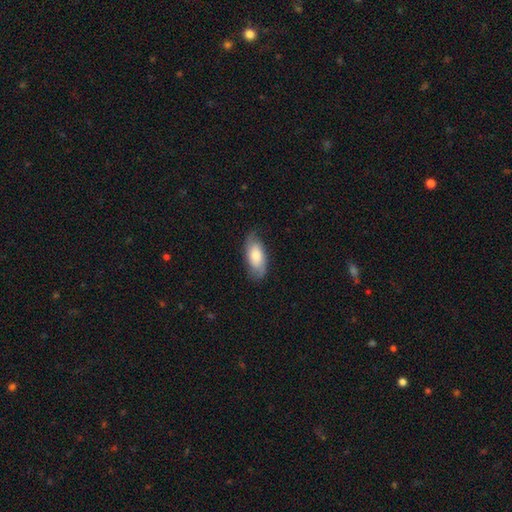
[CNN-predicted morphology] This appears to be a smooth galaxy with no disk features (60%) that is in between round and cigar-shaped (86%). Merging: none (75%).